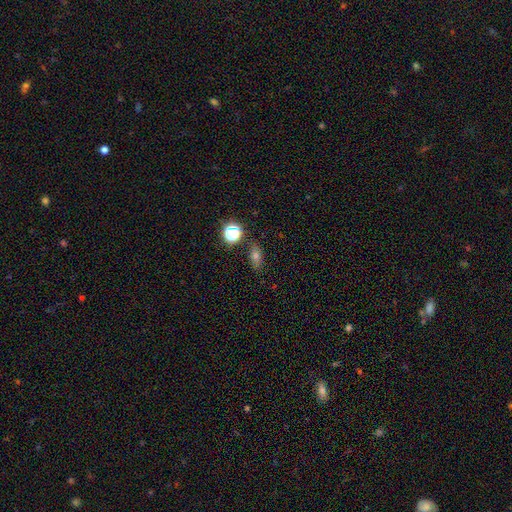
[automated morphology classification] The model was most divided on "smooth or featured": smooth: 58%, star or artifact: 28%, featured or disk: 14%. More confident: merging — none (82%); how rounded — in between (71%).